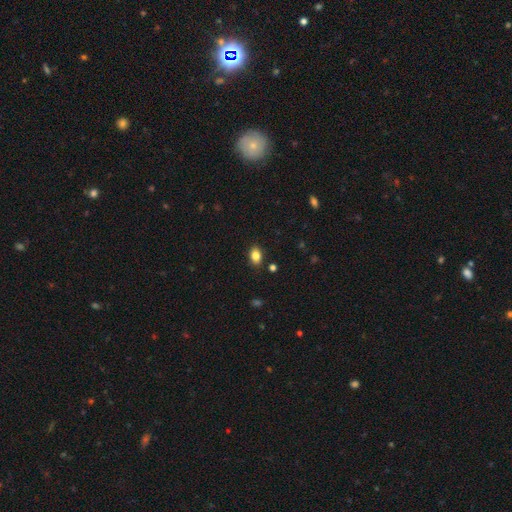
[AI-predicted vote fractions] Overall: smooth (84%). How rounded: in between (82%). Merging: none (87%).